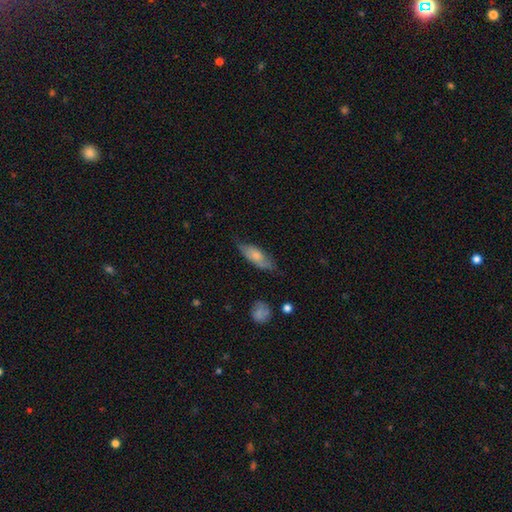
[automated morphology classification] smooth_or_featured: smooth (p=0.65) [alt: featured or disk p=0.28]
how_rounded: in between (p=0.69) [alt: cigar-shaped p=0.29]
merging: none (p=0.59) [alt: minor disturbance p=0.31]